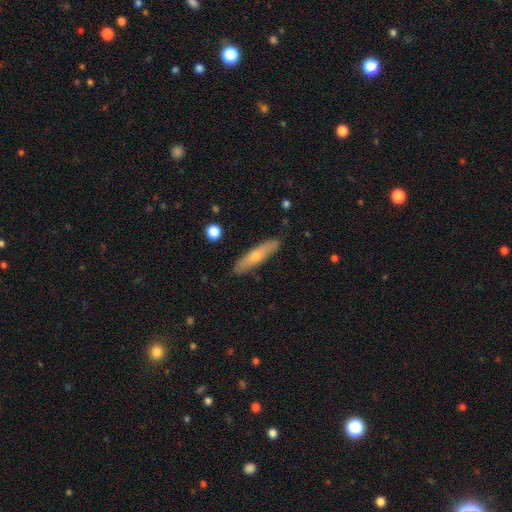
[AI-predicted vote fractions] Morphology: type=smooth (55%); roundness=cigar-shaped (83%); merging=none (88%).